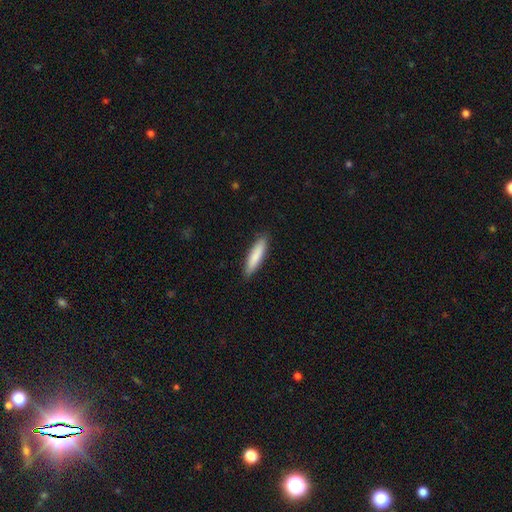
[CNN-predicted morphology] A smooth galaxy with no disk features (83%) that is cigar-shaped (80%). Merging: none (88%).